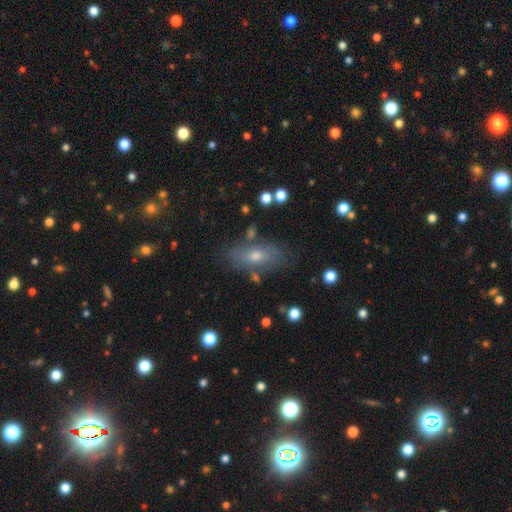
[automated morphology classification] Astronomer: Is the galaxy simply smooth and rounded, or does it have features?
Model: smooth — 54% (runner-up: featured or disk, 34%).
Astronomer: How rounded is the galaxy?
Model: in between — 80%.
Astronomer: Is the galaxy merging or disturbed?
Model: none — 72%.